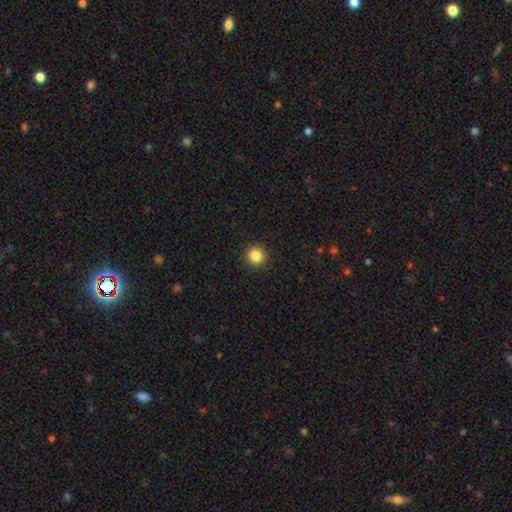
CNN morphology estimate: type=smooth (85%); roundness=round (96%); merging=none (93%).